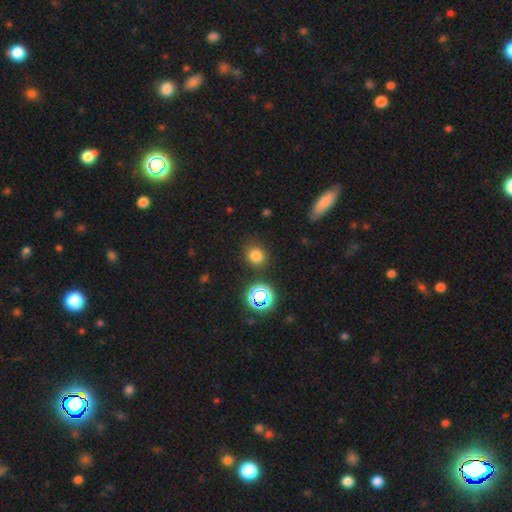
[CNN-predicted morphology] Smooth or featured?
  - smooth: 75% *
  - star or artifact: 19%
  - featured or disk: 6%
How rounded?
  - round: 77% *
  - in between: 21%
  - cigar-shaped: 1%
Merging?
  - none: 84% *
  - minor disturbance: 9%
  - major disturbance: 3%
  - merger: 3%